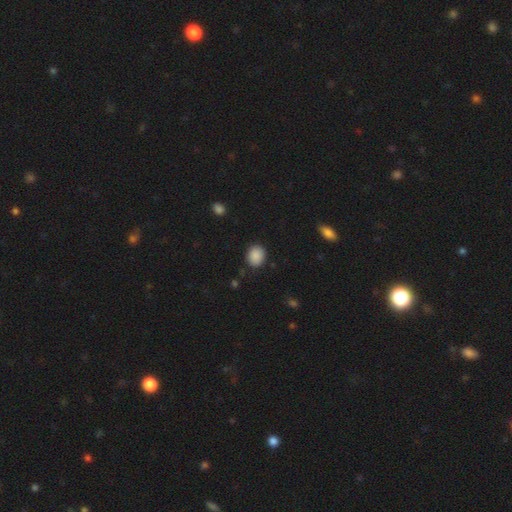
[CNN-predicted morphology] Smooth or featured? smooth (89%)
How rounded? round (57%)
Merging? none (86%)